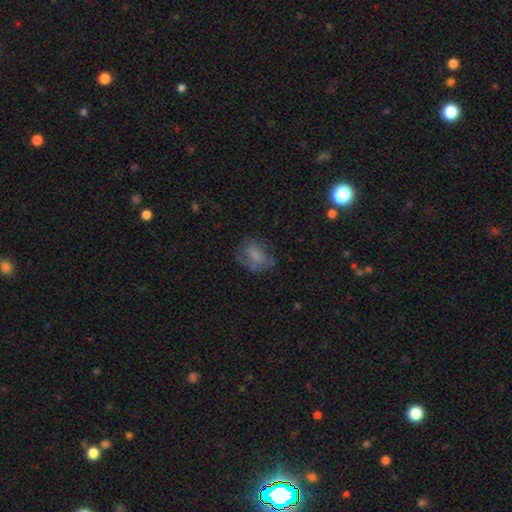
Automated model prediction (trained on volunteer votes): Smooth or featured? Predicted: smooth (p=0.60). How rounded? Predicted: in between (p=0.63). Merging? Predicted: none (p=0.56).